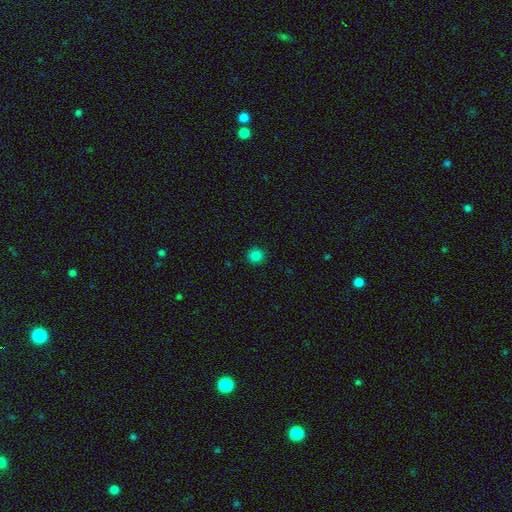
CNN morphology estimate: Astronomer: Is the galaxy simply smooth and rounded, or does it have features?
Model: smooth — 84%.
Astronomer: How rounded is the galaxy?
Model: round — 93%.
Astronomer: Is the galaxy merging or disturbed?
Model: none — 92%.